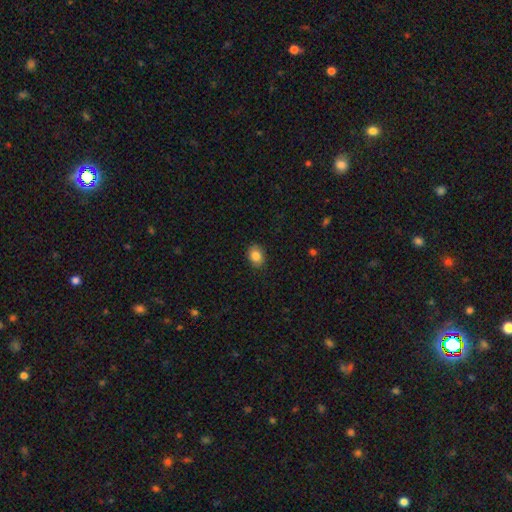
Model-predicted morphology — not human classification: type=smooth (85%); roundness=in between (59%); merging=none (87%).